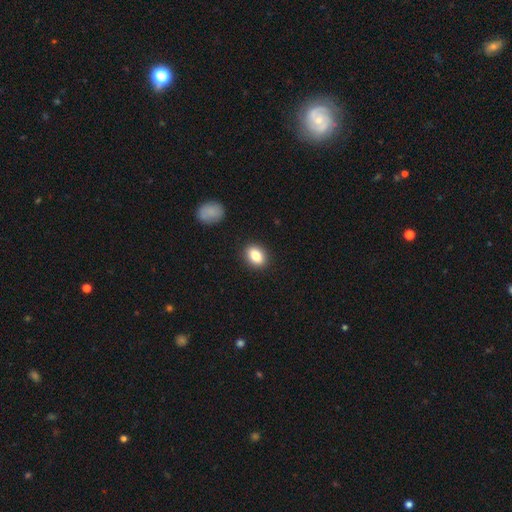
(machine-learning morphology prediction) smooth 84%, star or artifact 9%, featured or disk 8%. Down the decision tree: how rounded — in between (71%); merging — none (89%).